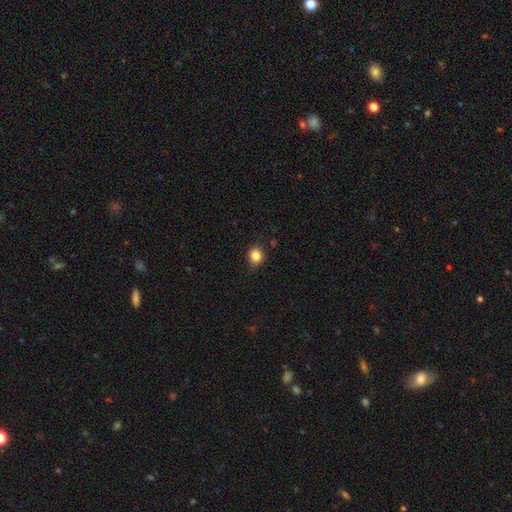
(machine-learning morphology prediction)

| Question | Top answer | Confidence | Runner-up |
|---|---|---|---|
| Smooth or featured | smooth | 84% | star or artifact (11%) |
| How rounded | round | 77% | in between (23%) |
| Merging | none | 87% | minor disturbance (9%) |